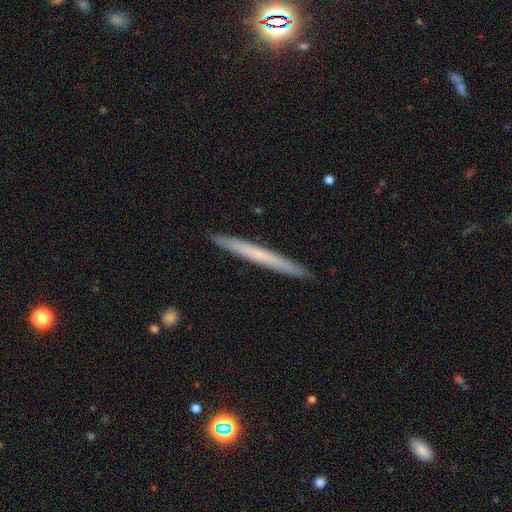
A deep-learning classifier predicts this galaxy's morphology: A smooth galaxy with no disk features (47%). Merging: none (92%).